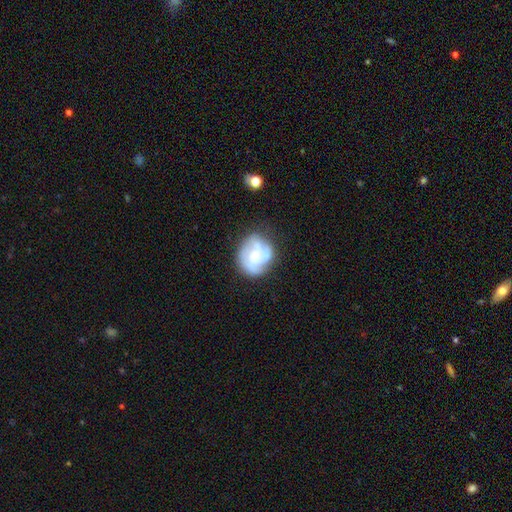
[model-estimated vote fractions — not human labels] A featured or disk galaxy (64%) with no bar (71%), spiral arms (75%) and a small central bulge (51%). Merging: none (60%).